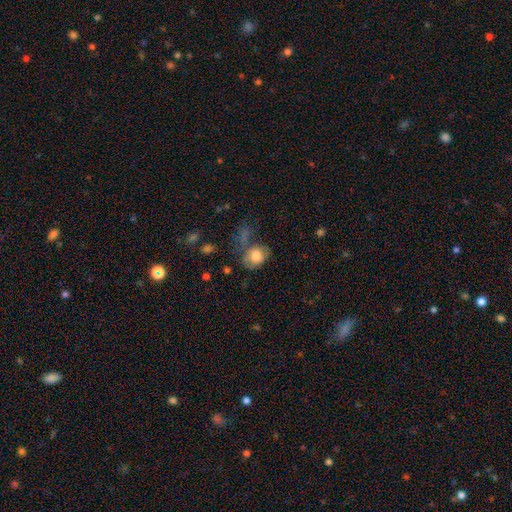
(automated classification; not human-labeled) Smooth or featured: smooth — 74% (featured or disk — 18%)
How rounded: in between — 54% (round — 44%)
Merging: none — 42% (minor disturbance — 25%)